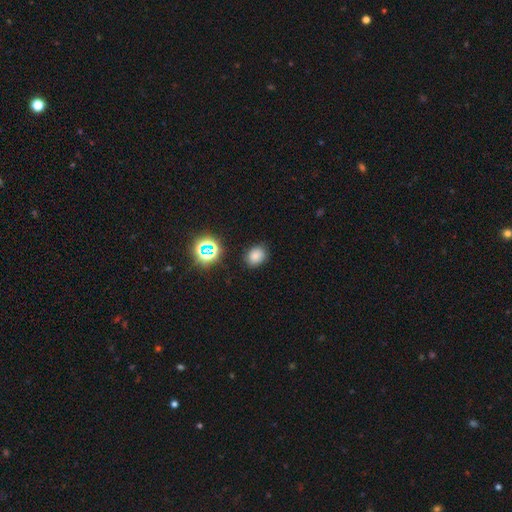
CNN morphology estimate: A smooth galaxy with no disk features (76%) that is in between round and cigar-shaped (55%). Merging: none (84%).